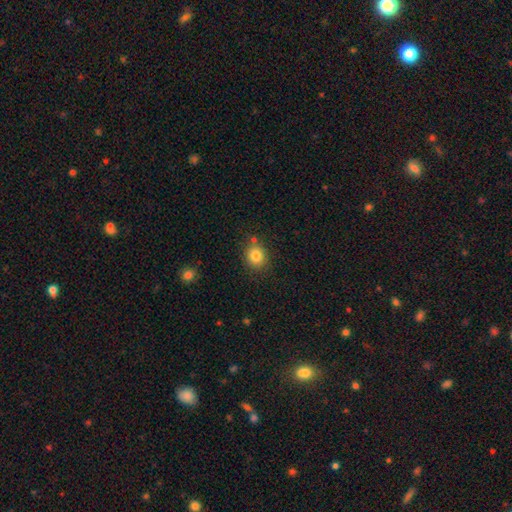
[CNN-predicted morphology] Smooth or featured? Predicted: smooth (p=0.83). How rounded? Predicted: round (p=0.74). Merging? Predicted: none (p=0.78).